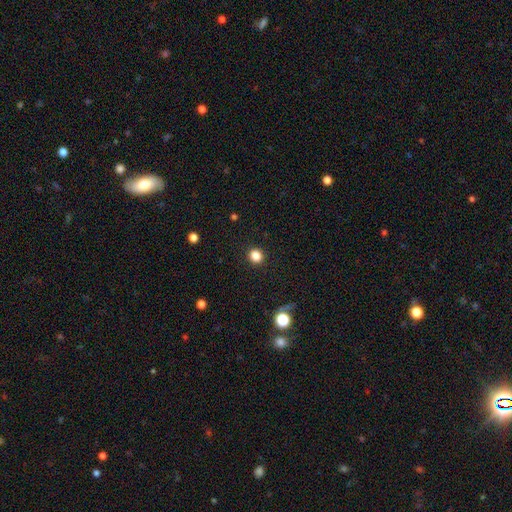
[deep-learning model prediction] A smooth galaxy with no disk features (84%) that is round (86%).

Vote fractions:
- Smooth or featured? smooth: 84% / star or artifact: 12% / featured or disk: 4%
- How rounded? round: 86% / in between: 13% / cigar-shaped: 1%
- Merging? none: 92% / minor disturbance: 5% / major disturbance: 2% / merger: 1%